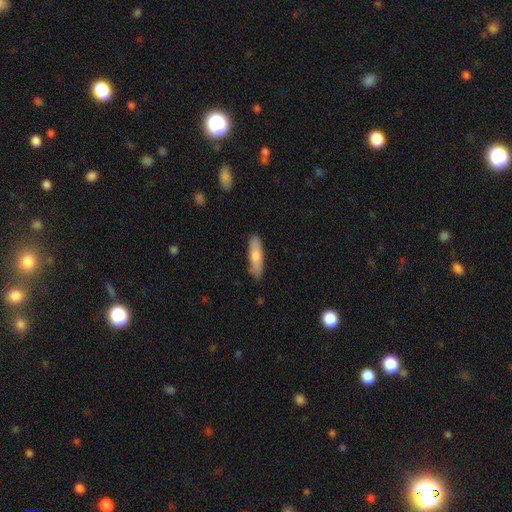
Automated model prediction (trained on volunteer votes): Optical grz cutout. It shows a smooth galaxy with no disk features (75%) that is cigar-shaped (67%). Merging: none (83%).